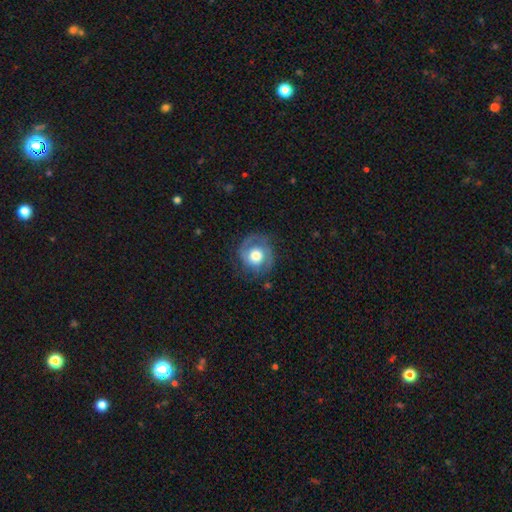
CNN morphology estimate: Smooth or featured? Predicted: featured or disk (p=0.63). Edge-on disk? Predicted: no (p=0.98). Bar? Predicted: no (p=0.79). Spiral arms? Predicted: yes (p=0.83). Spiral winding? Predicted: tight (p=0.47). Spiral arm count? Predicted: 2 (p=0.69). Bulge size? Predicted: large (p=0.47). Merging? Predicted: none (p=0.72).